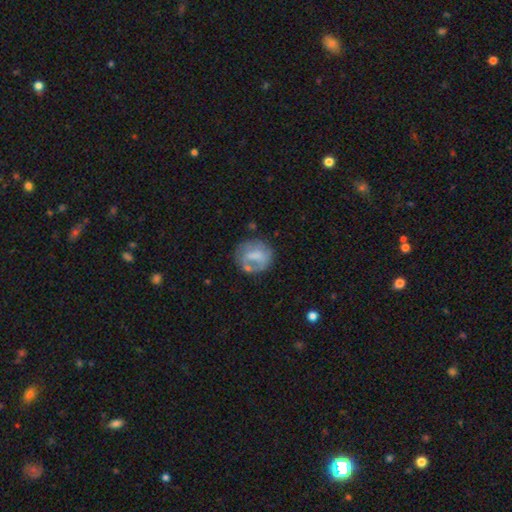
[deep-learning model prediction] The model was most divided on "smooth or featured": smooth: 54%, featured or disk: 38%, star or artifact: 8%. More confident: how rounded — round (76%); merging — none (56%).